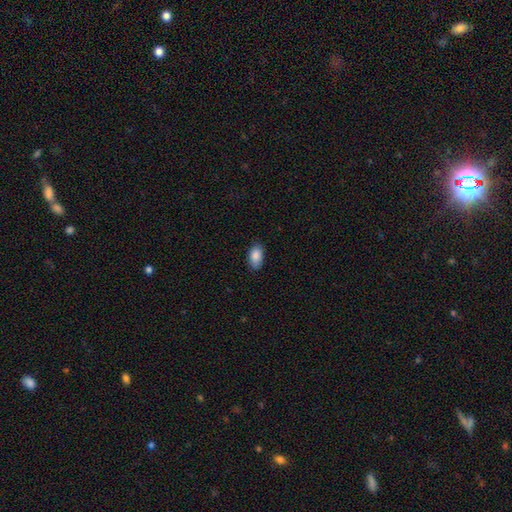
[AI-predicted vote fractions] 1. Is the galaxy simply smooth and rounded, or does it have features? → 88% smooth, 7% star or artifact, 5% featured or disk.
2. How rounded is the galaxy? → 93% in between, 5% round, 2% cigar-shaped.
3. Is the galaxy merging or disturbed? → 84% none, 13% minor disturbance, 2% major disturbance, 1% merger.